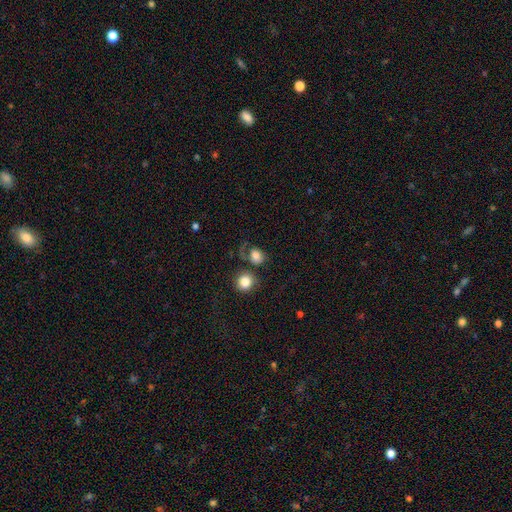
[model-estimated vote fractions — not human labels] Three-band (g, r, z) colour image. It shows a smooth galaxy with no disk features (77%) that is round (60%). Merging: none (40%).